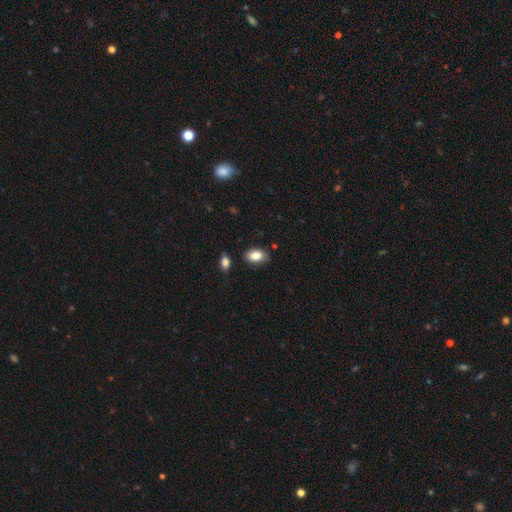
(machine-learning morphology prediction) Smooth or featured?
  - smooth: 84% *
  - featured or disk: 8%
  - star or artifact: 8%
How rounded?
  - in between: 90% *
  - round: 9%
  - cigar-shaped: 2%
Merging?
  - none: 81% *
  - minor disturbance: 14%
  - merger: 3%
  - major disturbance: 3%